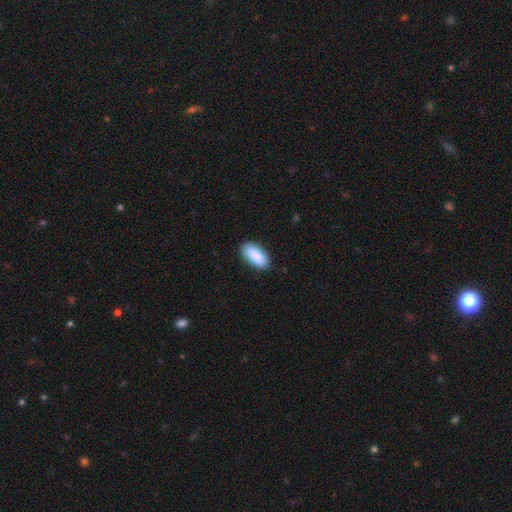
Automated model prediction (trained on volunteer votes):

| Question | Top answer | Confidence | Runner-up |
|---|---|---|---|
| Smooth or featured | smooth | 87% | featured or disk (7%) |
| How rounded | in between | 93% | cigar-shaped (5%) |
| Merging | none | 85% | minor disturbance (12%) |